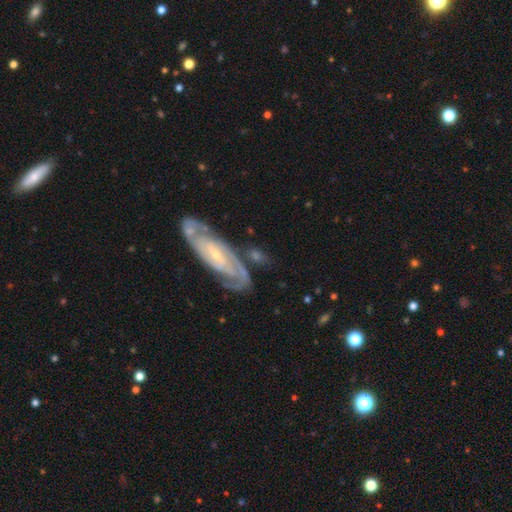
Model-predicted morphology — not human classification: Smooth or featured? featured or disk (82%)
Edge-on disk? no (91%)
Bar? weak (43%)
Spiral arms? yes (95%)
Spiral winding? tight (57%)
Spiral arm count? 2 (67%)
Bulge size? small (69%)
Merging? none (64%)